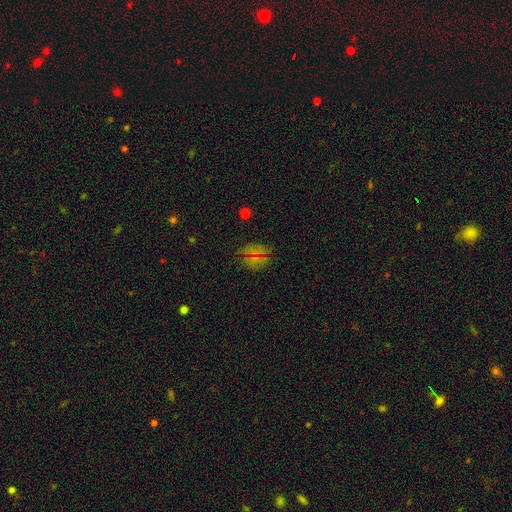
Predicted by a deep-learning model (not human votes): Smooth or featured? Predicted: smooth (p=0.53). How rounded? Predicted: round (p=0.71). Merging? Predicted: none (p=0.69).